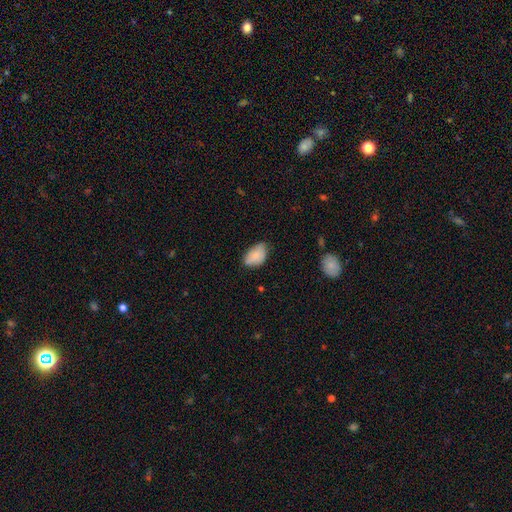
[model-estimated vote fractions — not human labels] Q: Smooth or featured?
A: smooth (82%); runner-up: featured or disk (11%)
Q: How rounded?
A: in between (89%); runner-up: round (10%)
Q: Merging?
A: none (58%); runner-up: minor disturbance (35%)